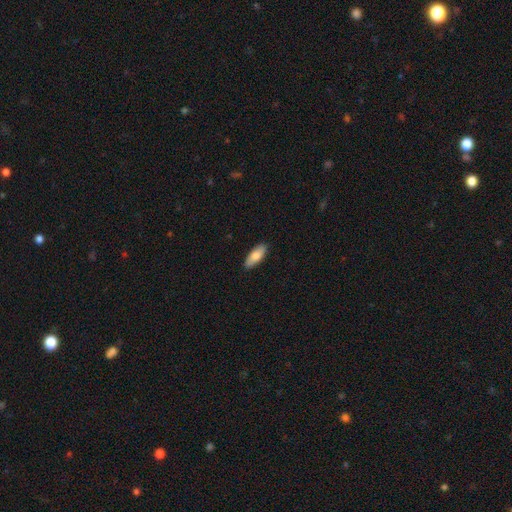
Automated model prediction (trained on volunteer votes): Q: Smooth or featured?
A: smooth (81%); runner-up: featured or disk (14%)
Q: How rounded?
A: in between (71%); runner-up: cigar-shaped (27%)
Q: Merging?
A: none (89%); runner-up: minor disturbance (8%)